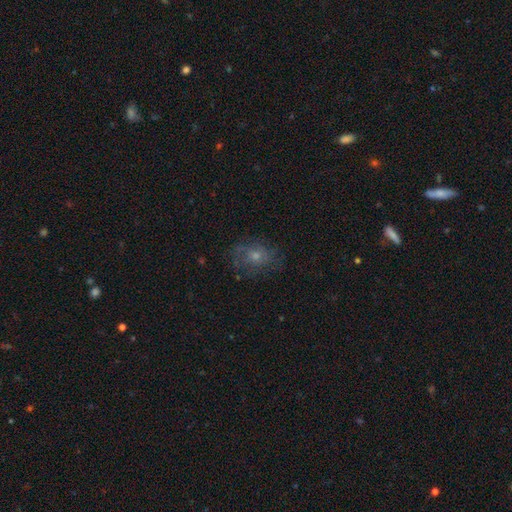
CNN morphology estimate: smooth_or_featured: featured or disk (p=0.42) [alt: smooth p=0.39]
merging: none (p=0.69) [alt: minor disturbance p=0.19]